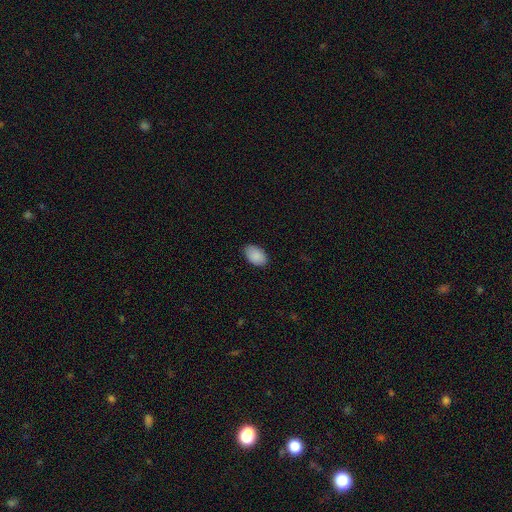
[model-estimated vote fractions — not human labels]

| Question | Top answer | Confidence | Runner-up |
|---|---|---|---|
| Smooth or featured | smooth | 90% | star or artifact (6%) |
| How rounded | in between | 91% | round (8%) |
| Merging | none | 86% | minor disturbance (11%) |